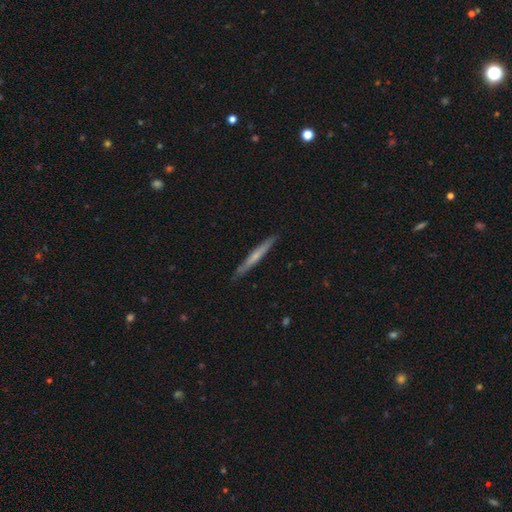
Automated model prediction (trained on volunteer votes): Morphology: type=featured or disk (47%, tied with smooth); merging=none (87%).